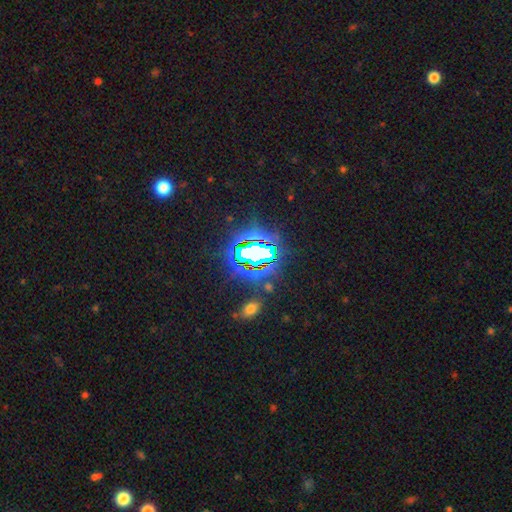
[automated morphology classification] The model was most divided on "smooth or featured": star or artifact: 75%, smooth: 14%, featured or disk: 11%.